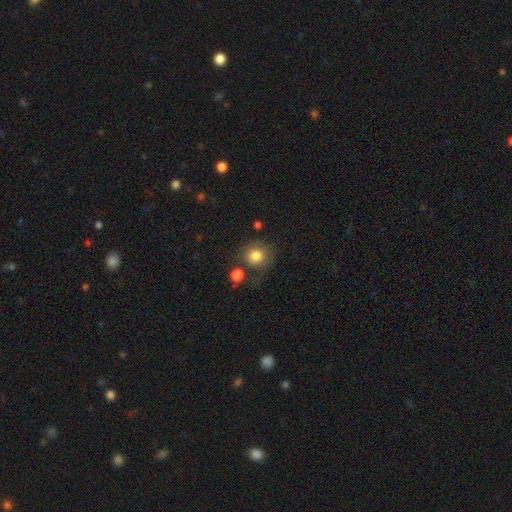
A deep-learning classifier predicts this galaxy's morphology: Q: Smooth or featured?
A: smooth (82%); runner-up: star or artifact (10%)
Q: How rounded?
A: round (87%); runner-up: in between (12%)
Q: Merging?
A: none (68%); runner-up: minor disturbance (15%)